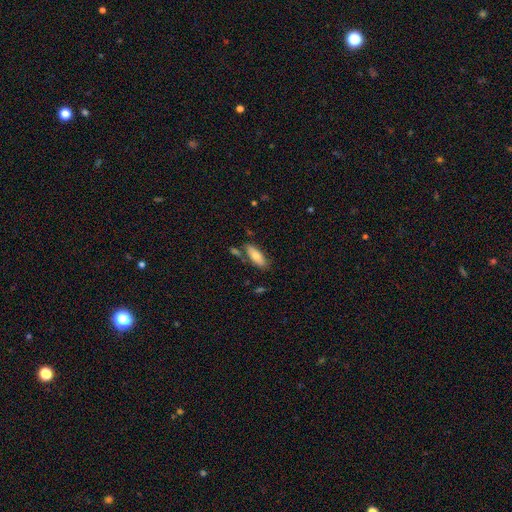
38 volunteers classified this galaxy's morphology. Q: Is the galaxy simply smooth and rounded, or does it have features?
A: smooth — 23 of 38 (61%).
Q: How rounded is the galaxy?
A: in between — 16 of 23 (70%).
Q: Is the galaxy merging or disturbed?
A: none — 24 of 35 (69%).